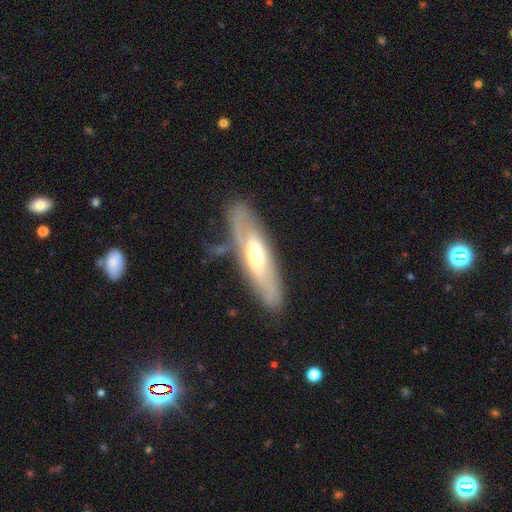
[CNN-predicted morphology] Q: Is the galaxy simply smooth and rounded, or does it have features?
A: featured or disk — 66%.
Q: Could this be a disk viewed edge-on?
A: no — 57%.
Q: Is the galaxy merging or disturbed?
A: none — 77%.